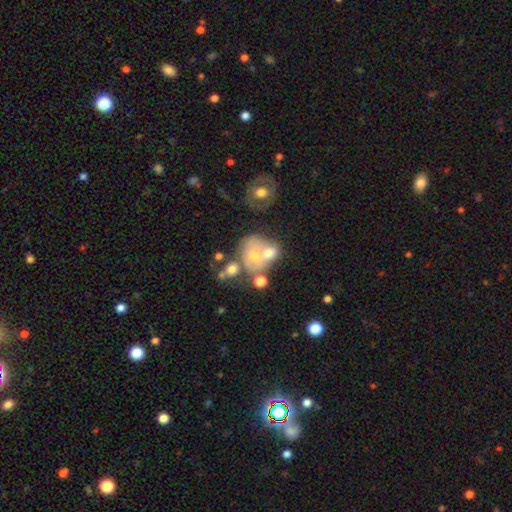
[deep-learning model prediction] Smooth or featured?
  - smooth: 45% *
  - featured or disk: 40%
  - star or artifact: 15%
Merging?
  - merger: 55% *
  - none: 25%
  - minor disturbance: 11%
  - major disturbance: 9%